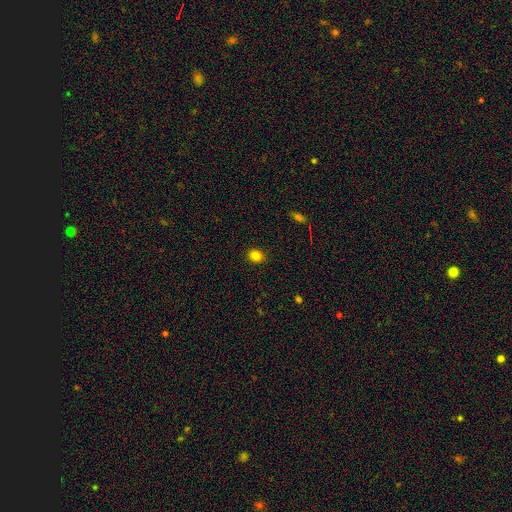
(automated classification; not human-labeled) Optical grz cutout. It shows a smooth galaxy with no disk features (83%) that is round (65%). Merging: none (90%).